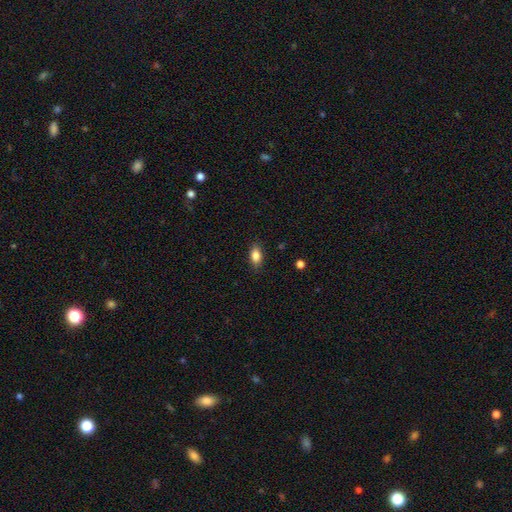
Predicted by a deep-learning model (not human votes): Smooth or featured? Predicted: smooth (p=0.84). How rounded? Predicted: in between (p=0.86). Merging? Predicted: none (p=0.86).